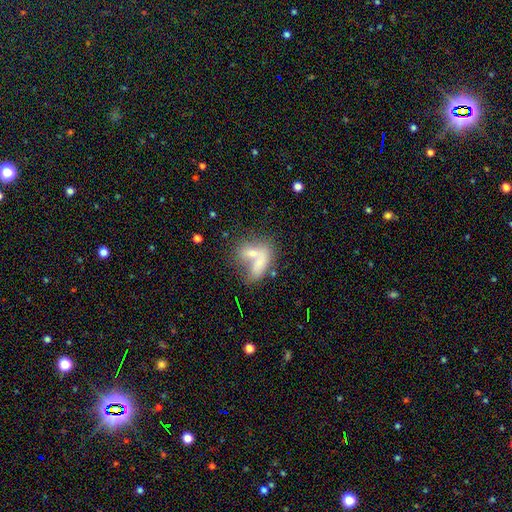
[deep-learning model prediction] A smooth galaxy with no disk features (66%) that is in between round and cigar-shaped (73%). Merging: merger (59%).